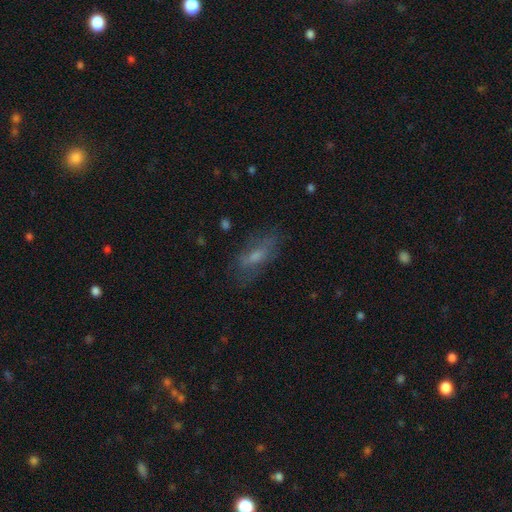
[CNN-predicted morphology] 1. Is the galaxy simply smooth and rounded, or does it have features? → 51% smooth, 38% featured or disk, 11% star or artifact.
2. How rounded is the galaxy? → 67% in between, 29% cigar-shaped, 4% round.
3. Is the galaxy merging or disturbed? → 67% none, 20% minor disturbance, 11% major disturbance, 2% merger.